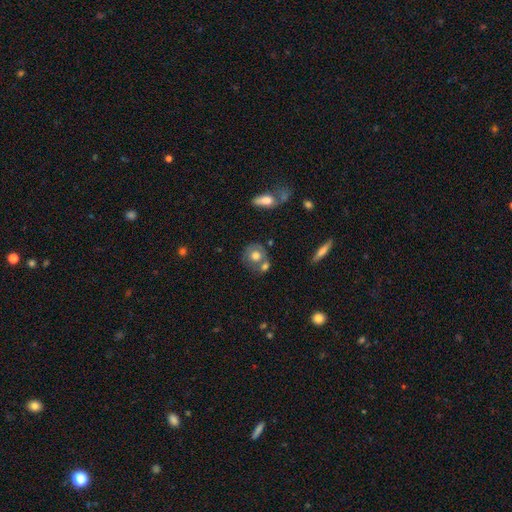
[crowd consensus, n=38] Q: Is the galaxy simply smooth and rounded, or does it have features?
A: smooth — 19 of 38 (50%).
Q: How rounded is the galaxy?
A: round — 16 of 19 (84%).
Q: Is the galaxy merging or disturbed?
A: none — 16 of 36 (44%).